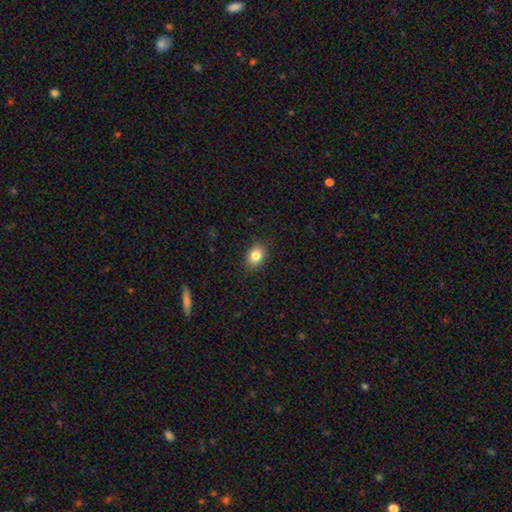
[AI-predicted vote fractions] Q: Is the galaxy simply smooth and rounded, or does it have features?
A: smooth — 84%.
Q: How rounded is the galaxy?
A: in between — 65%.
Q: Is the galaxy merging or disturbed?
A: none — 88%.